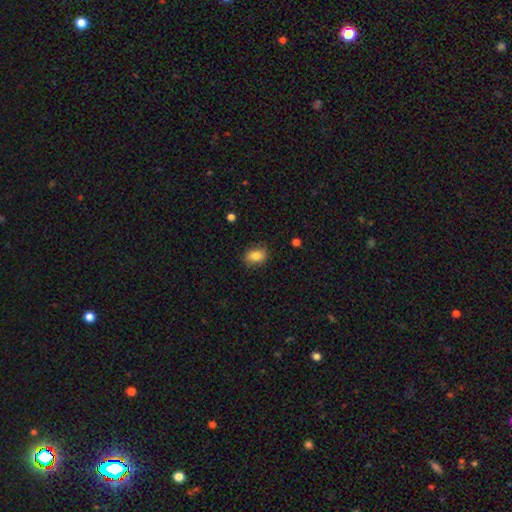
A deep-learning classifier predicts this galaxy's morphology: This appears to be a smooth galaxy with no disk features (83%) that is in between round and cigar-shaped (70%). Merging: none (83%).